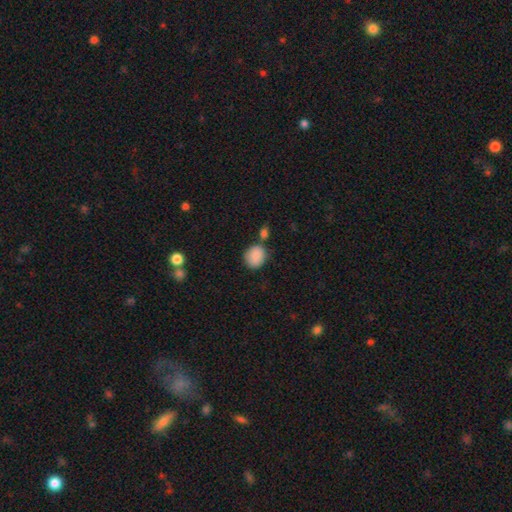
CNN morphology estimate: Smooth or featured? smooth (88%)
How rounded? round (66%)
Merging? none (65%)